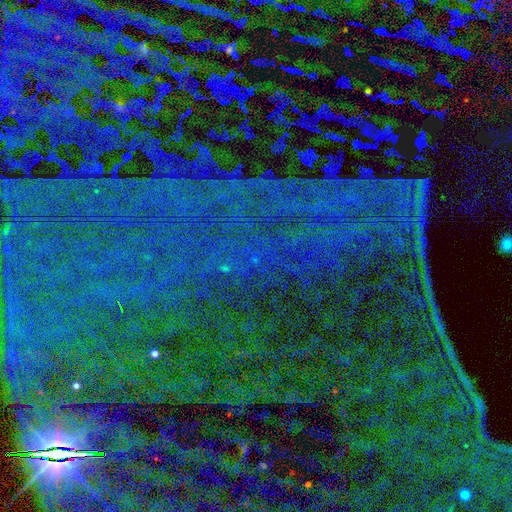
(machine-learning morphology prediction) star or artifact 87%, featured or disk 7%, smooth 7%.